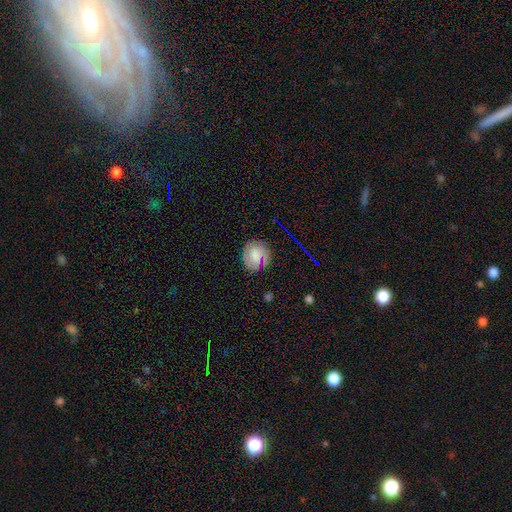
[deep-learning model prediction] The model was most divided on "smooth or featured": smooth: 66%, featured or disk: 23%, star or artifact: 12%. More confident: merging — none (79%); how rounded — round (77%).